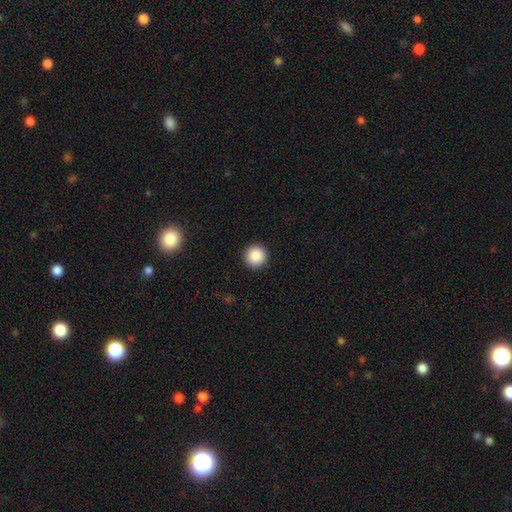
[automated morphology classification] A smooth galaxy with no disk features (88%) that is round (96%).

Vote fractions:
- Smooth or featured? smooth: 88% / star or artifact: 9% / featured or disk: 3%
- How rounded? round: 96% / in between: 3% / cigar-shaped: 1%
- Merging? none: 93% / minor disturbance: 4% / major disturbance: 2% / merger: 1%